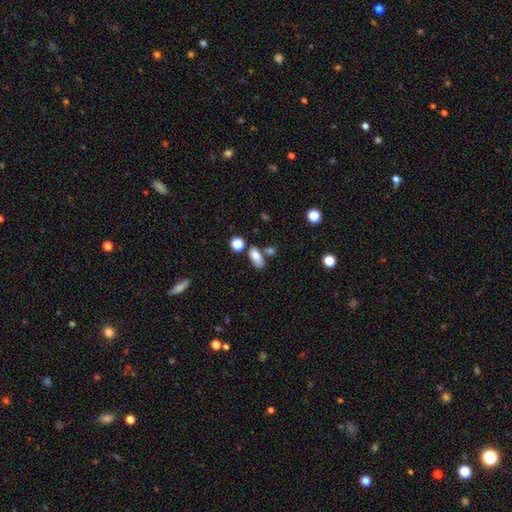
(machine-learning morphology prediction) This appears to be a smooth galaxy with no disk features (80%) that is in between round and cigar-shaped (87%). Merging: none (57%).